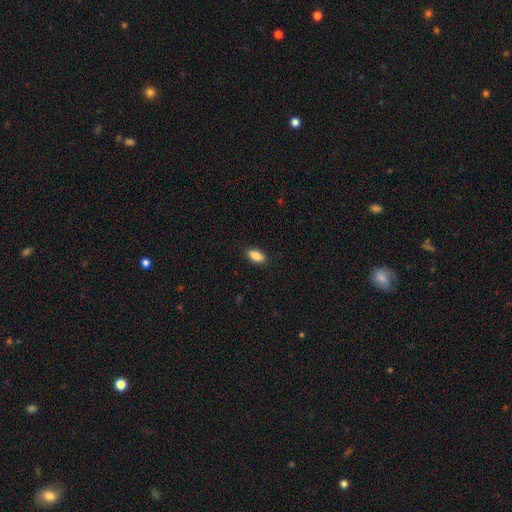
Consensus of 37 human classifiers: smooth 89%, featured or disk 5%, star or artifact 5%. Down the decision tree: how rounded — in between (88%); merging — none (86%).